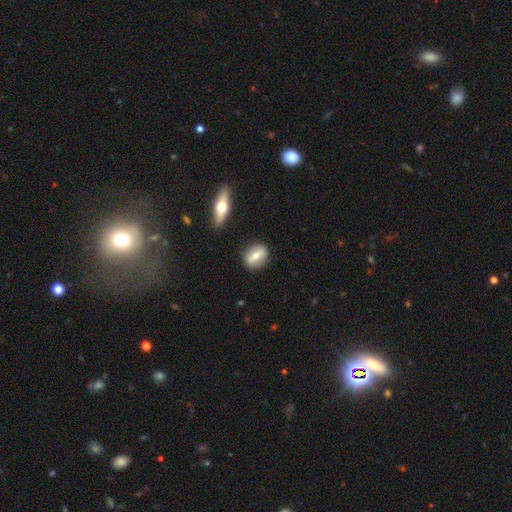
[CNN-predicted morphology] Smooth or featured: smooth — 50% (featured or disk — 44%)
Merging: none — 85% (minor disturbance — 10%)